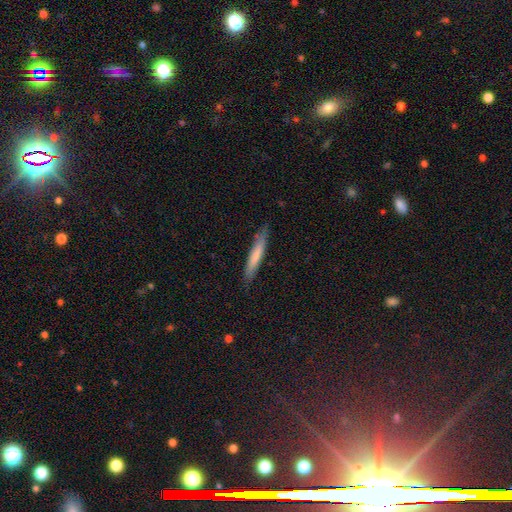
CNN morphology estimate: Smooth or featured?
  - smooth: 72% *
  - featured or disk: 23%
  - star or artifact: 5%
How rounded?
  - cigar-shaped: 93% *
  - in between: 6%
  - round: 1%
Merging?
  - none: 82% *
  - minor disturbance: 14%
  - major disturbance: 2%
  - merger: 1%